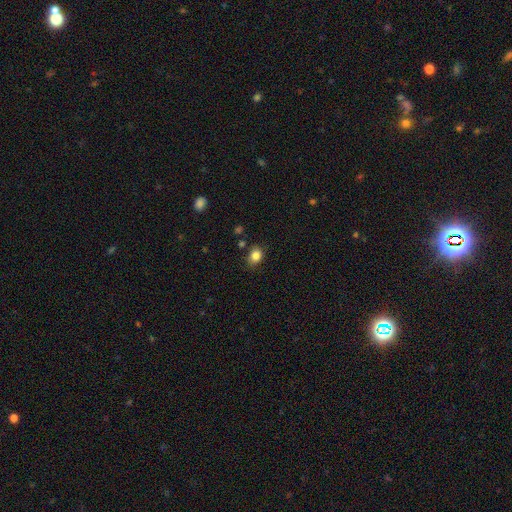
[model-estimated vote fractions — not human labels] smooth_or_featured: smooth (p=0.85) [alt: star or artifact p=0.10]
how_rounded: in between (p=0.54) [alt: round p=0.45]
merging: none (p=0.80) [alt: minor disturbance p=0.14]